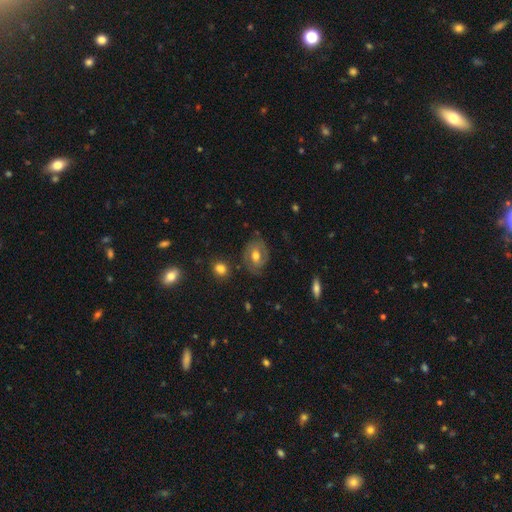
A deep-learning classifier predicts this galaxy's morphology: featured or disk 58%, smooth 34%, star or artifact 8%. Down the decision tree: edge-on disk — no (95%); bar — no (47%); spiral arms — yes (69%); bulge size — moderate (72%); merging — none (72%).